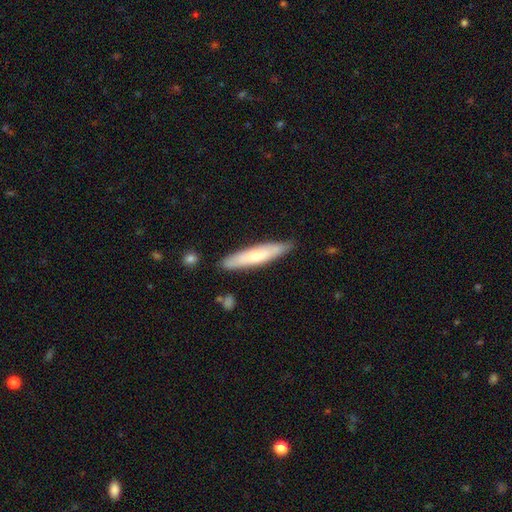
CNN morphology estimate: smooth-or-featured: smooth: 60% | featured or disk: 35% | star or artifact: 6%
  how-rounded: cigar-shaped: 84% | in between: 15% | round: 1%
  merging: none: 84% | minor disturbance: 13% | major disturbance: 2% | merger: 2%